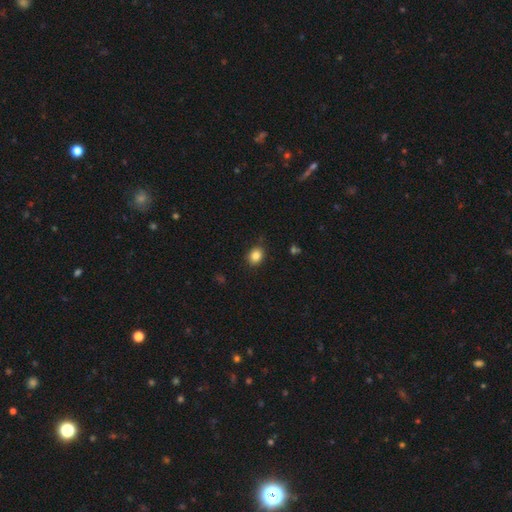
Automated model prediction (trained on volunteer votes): Smooth or featured: smooth — 85% (star or artifact — 10%)
How rounded: round — 52% (in between — 47%)
Merging: none — 85% (minor disturbance — 11%)